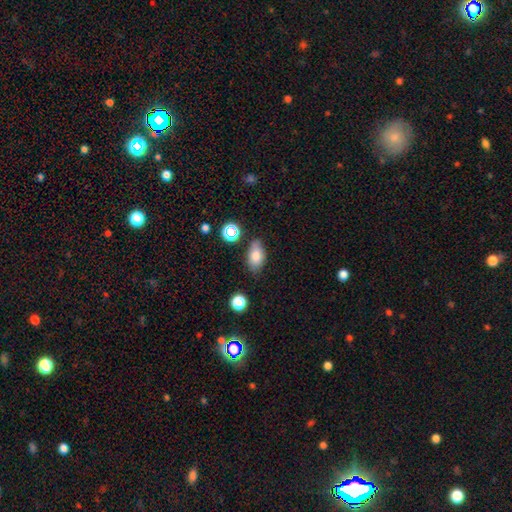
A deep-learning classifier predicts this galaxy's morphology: Smooth or featured?
  - smooth: 79% *
  - star or artifact: 11%
  - featured or disk: 11%
How rounded?
  - in between: 88% *
  - round: 9%
  - cigar-shaped: 3%
Merging?
  - none: 71% *
  - minor disturbance: 20%
  - major disturbance: 4%
  - merger: 4%